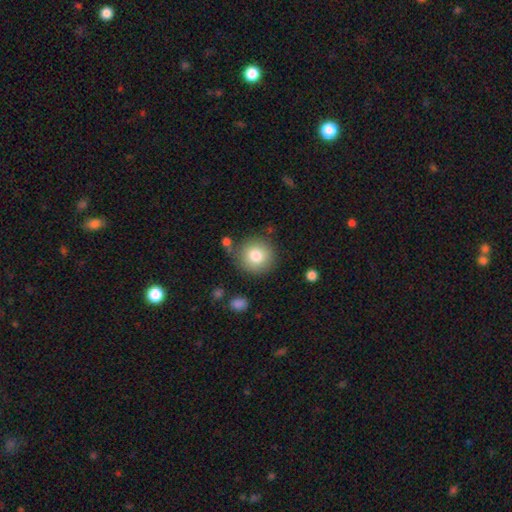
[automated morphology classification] smooth_or_featured: smooth (p=0.81) [alt: featured or disk p=0.10]
how_rounded: round (p=0.92) [alt: in between p=0.07]
merging: none (p=0.80) [alt: minor disturbance p=0.12]